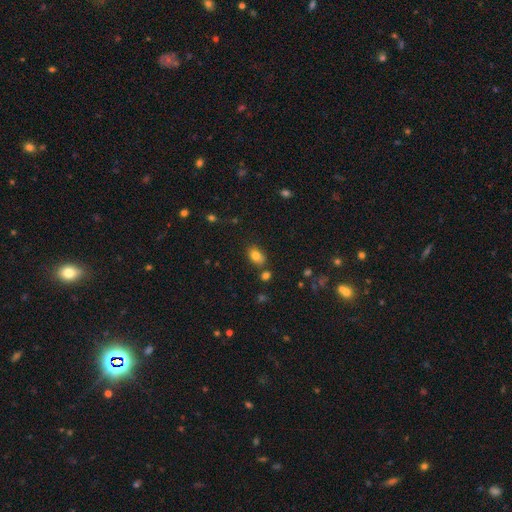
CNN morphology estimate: Q: Smooth or featured?
A: smooth (80%); runner-up: star or artifact (10%)
Q: How rounded?
A: in between (84%); runner-up: round (14%)
Q: Merging?
A: none (75%); runner-up: minor disturbance (13%)